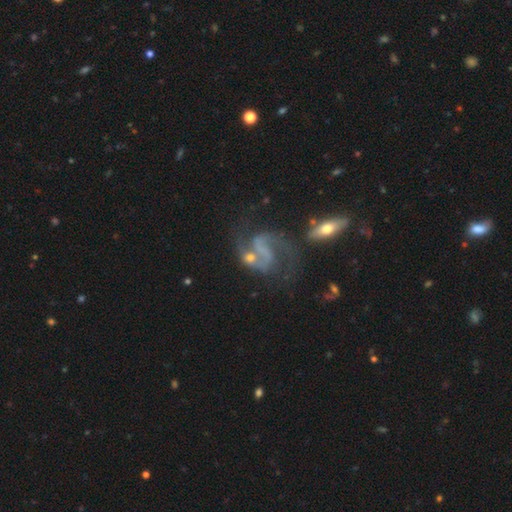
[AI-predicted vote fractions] A featured or disk galaxy (83%) with a weak bar (43%), 2 (85%) medium (45%) spiral arms (92%) and a small central bulge (43%).

Vote fractions:
- Smooth or featured? featured or disk: 83% / smooth: 9% / star or artifact: 8%
- Edge-on disk? no: 97% / yes: 3%
- Bar? weak: 43% / no: 39% / strong: 18%
- Spiral arms? yes: 92% / no: 8%
- Spiral winding? medium: 45% / loose: 44% / tight: 12%
- Spiral arm count? 2: 85% / 1: 5% / can't tell: 5% / 3: 2% / 4: 1% / more than 4: 1%
- Bulge size? small: 43% / none: 39% / moderate: 14% / large: 2% / dominant: 1%
- Merging? none: 44% / major disturbance: 22% / minor disturbance: 18% / merger: 16%